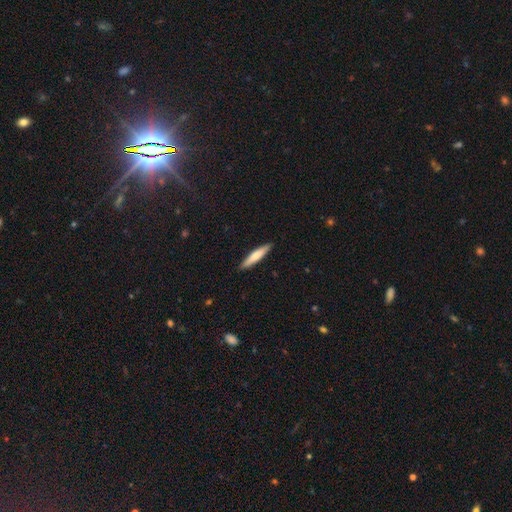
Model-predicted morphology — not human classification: Smooth or featured? Predicted: smooth (p=0.68). How rounded? Predicted: cigar-shaped (p=0.89). Merging? Predicted: none (p=0.91).